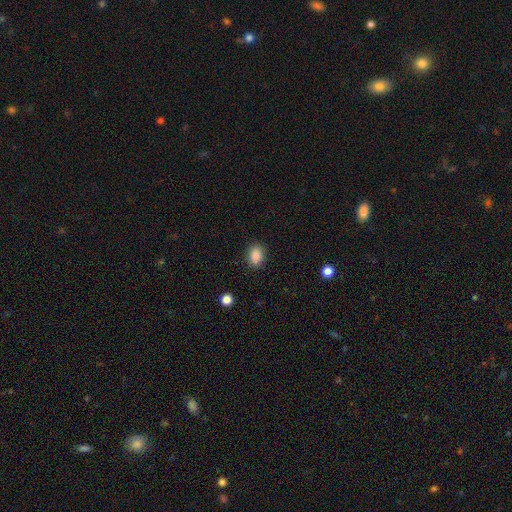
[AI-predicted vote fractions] Smooth or featured? smooth (86%)
How rounded? in between (74%)
Merging? none (87%)